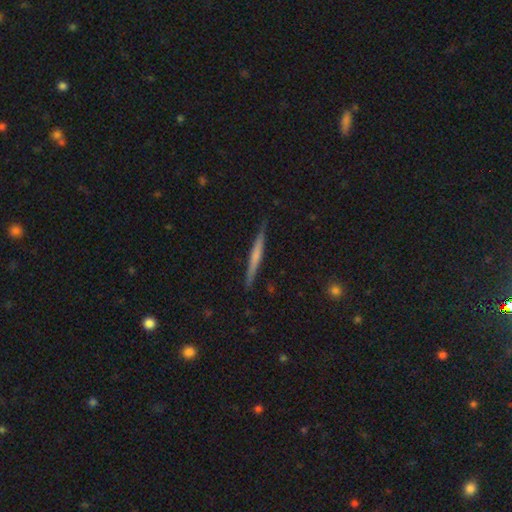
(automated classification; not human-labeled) A featured or disk galaxy (51%) viewed edge-on (97%). Merging: none (89%).